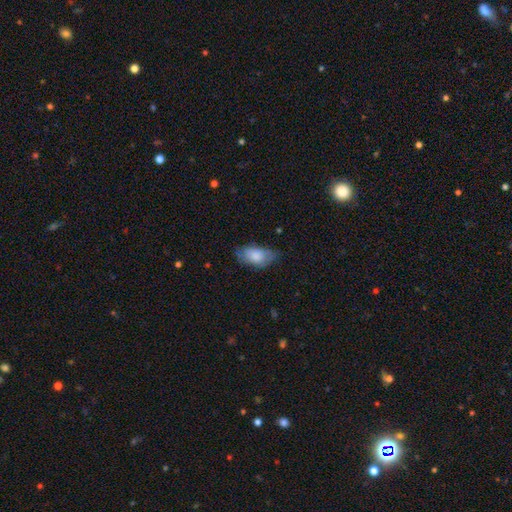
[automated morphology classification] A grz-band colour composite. It shows a smooth galaxy with no disk features (78%) that is in between round and cigar-shaped (93%). Merging: none (62%).